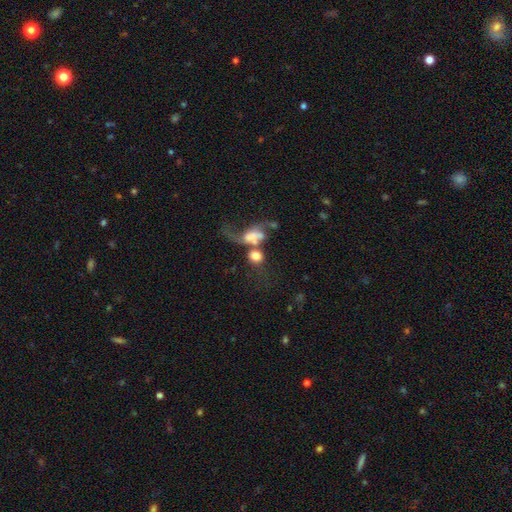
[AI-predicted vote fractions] smooth-or-featured: smooth: 57% | featured or disk: 31% | star or artifact: 12%
  how-rounded: round: 51% | in between: 46% | cigar-shaped: 3%
  merging: merger: 56% | major disturbance: 21% | none: 16% | minor disturbance: 7%